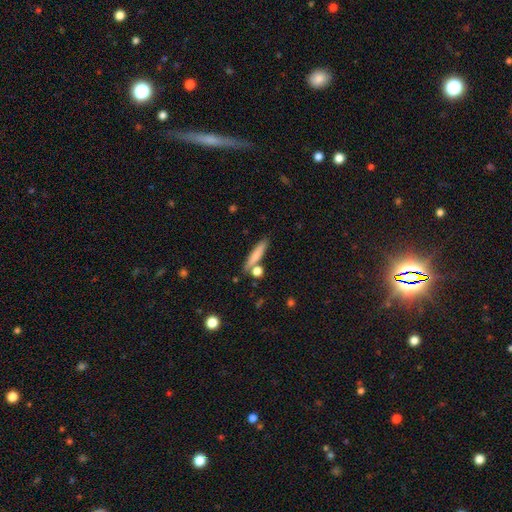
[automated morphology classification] smooth_or_featured: smooth (p=0.77) [alt: featured or disk p=0.16]
how_rounded: cigar-shaped (p=0.81) [alt: in between p=0.15]
merging: none (p=0.73) [alt: minor disturbance p=0.12]